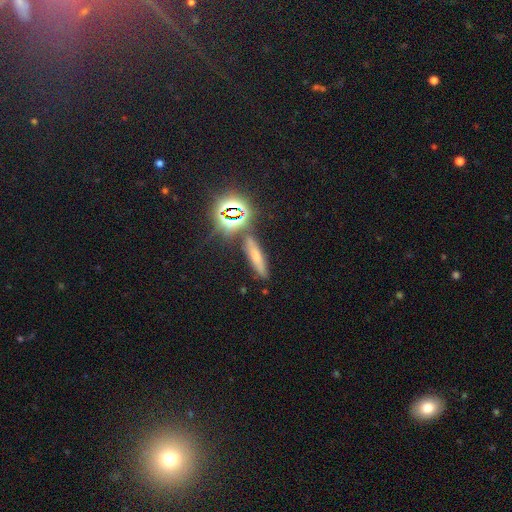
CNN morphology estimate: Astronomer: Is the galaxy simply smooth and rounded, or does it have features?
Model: smooth — 53% (runner-up: star or artifact, 29%).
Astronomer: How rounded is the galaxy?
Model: cigar-shaped — 74%.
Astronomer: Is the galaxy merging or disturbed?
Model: none — 79%.